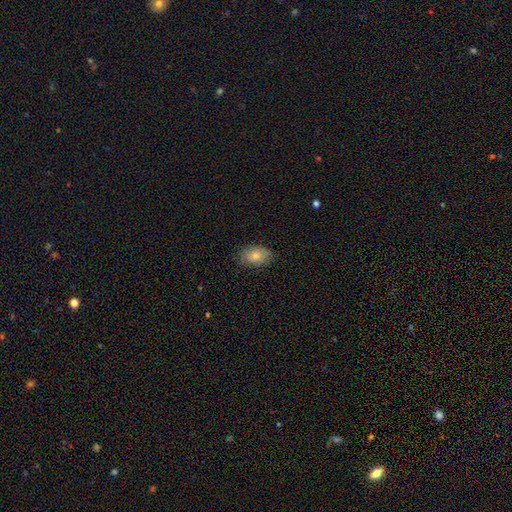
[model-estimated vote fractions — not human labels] A smooth galaxy with no disk features (82%) that is in between round and cigar-shaped (89%). Merging: none (80%).